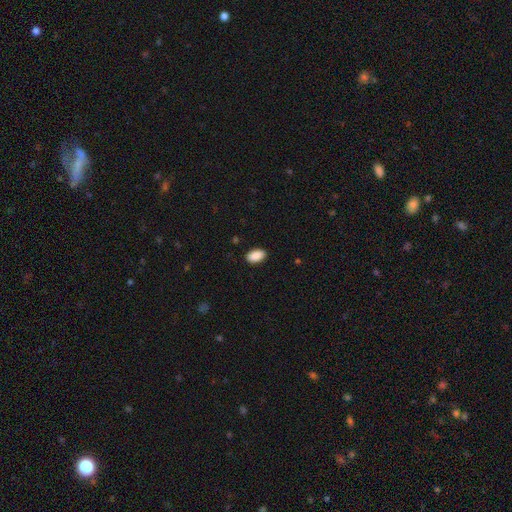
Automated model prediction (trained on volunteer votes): This is clearly a smooth galaxy (90%). How rounded: clearly in between (94%). Merging: clearly none (89%).